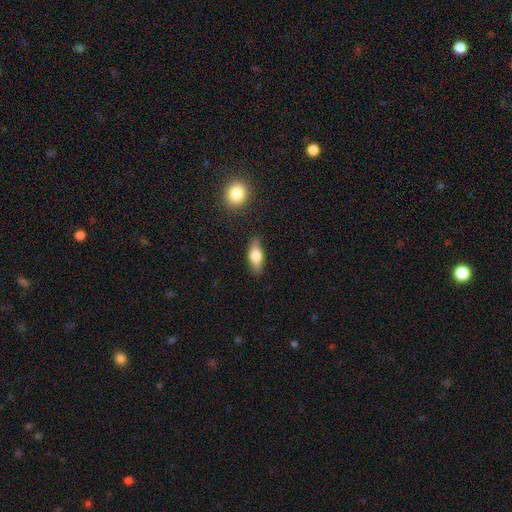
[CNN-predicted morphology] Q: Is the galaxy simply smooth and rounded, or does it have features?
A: smooth — 71%.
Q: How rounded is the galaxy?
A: in between — 74%.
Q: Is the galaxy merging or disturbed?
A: none — 83%.